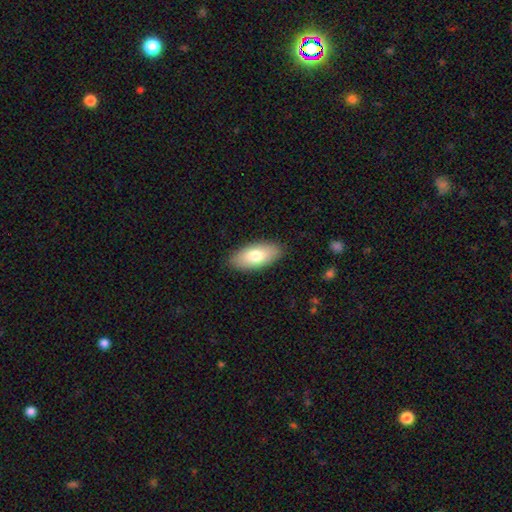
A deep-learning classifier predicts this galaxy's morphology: A smooth galaxy with no disk features (76%) that is in between round and cigar-shaped (89%).

Vote fractions:
- Smooth or featured? smooth: 76% / featured or disk: 18% / star or artifact: 6%
- How rounded? in between: 89% / cigar-shaped: 9% / round: 2%
- Merging? none: 88% / minor disturbance: 9% / major disturbance: 2% / merger: 1%